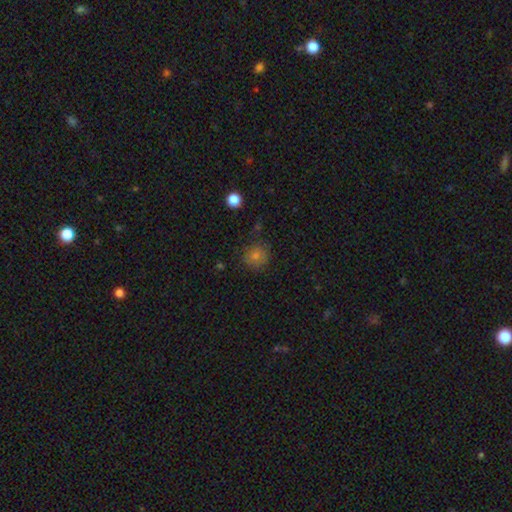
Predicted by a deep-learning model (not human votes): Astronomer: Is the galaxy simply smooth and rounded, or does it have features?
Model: smooth — 76%.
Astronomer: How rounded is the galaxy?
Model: round — 88%.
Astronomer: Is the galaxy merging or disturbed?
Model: none — 81%.